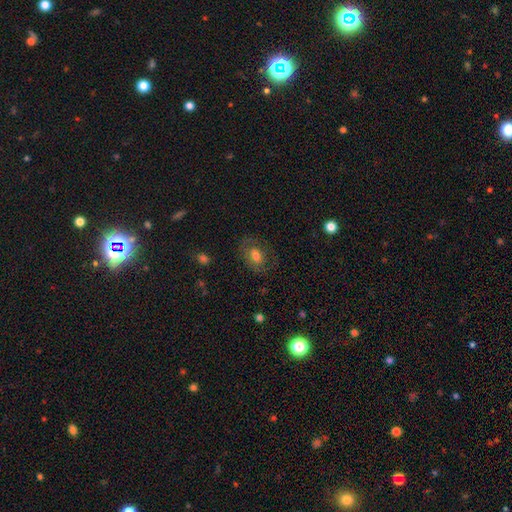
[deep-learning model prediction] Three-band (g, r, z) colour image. It shows a smooth galaxy with no disk features (59%) that is in between round and cigar-shaped (76%). Merging: none (72%).